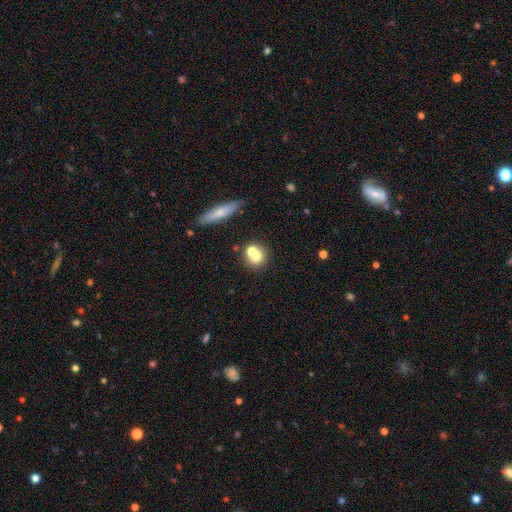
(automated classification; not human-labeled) A smooth galaxy with no disk features (67%) that is round (81%). Merging: none (45%).